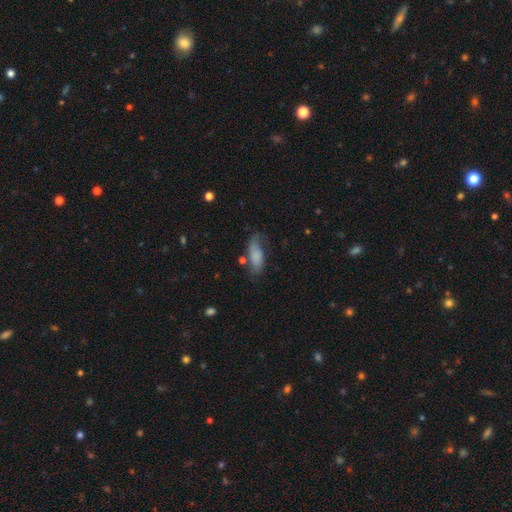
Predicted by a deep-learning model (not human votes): Smooth or featured: smooth — 77% (featured or disk — 16%)
How rounded: in between — 80% (cigar-shaped — 17%)
Merging: none — 54% (minor disturbance — 28%)